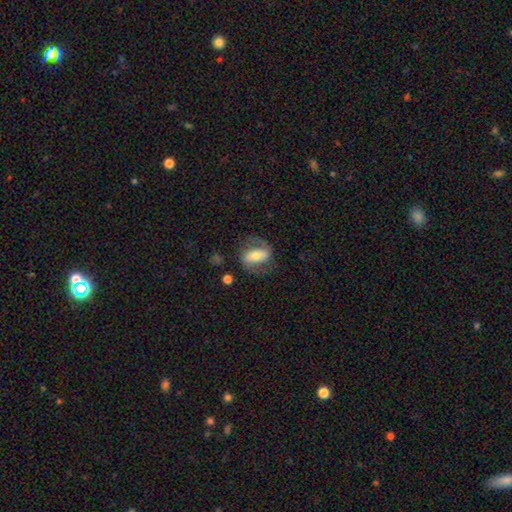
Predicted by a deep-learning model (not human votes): This is possibly a featured or disk galaxy (59%). It is clearly not viewed edge-on (93%). Bar: possibly strong (50%). Spiral arm pattern: likely yes (79%). Central bulge: possibly moderate (48%). Merging: likely none (67%).